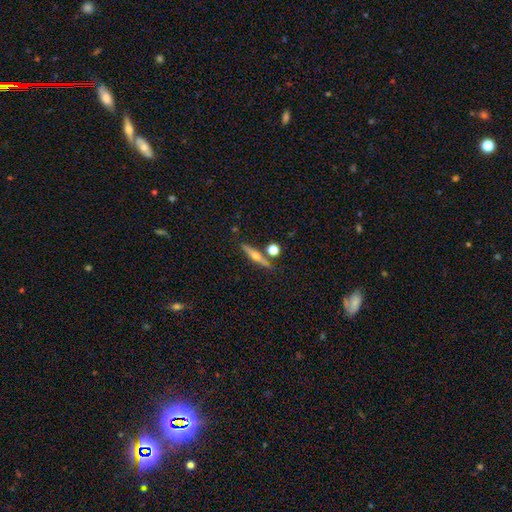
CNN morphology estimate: This is likely a featured or disk galaxy (66%). It is clearly viewed edge-on (96%). Edge-on bulge: clearly rounded (93%). Merging: likely none (79%).